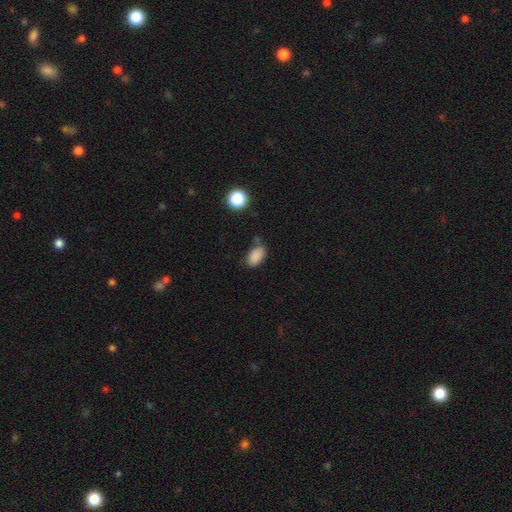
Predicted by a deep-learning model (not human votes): smooth-or-featured: smooth: 86% | star or artifact: 9% | featured or disk: 4%
  how-rounded: in between: 90% | round: 9% | cigar-shaped: 2%
  merging: none: 65% | minor disturbance: 23% | merger: 6% | major disturbance: 5%